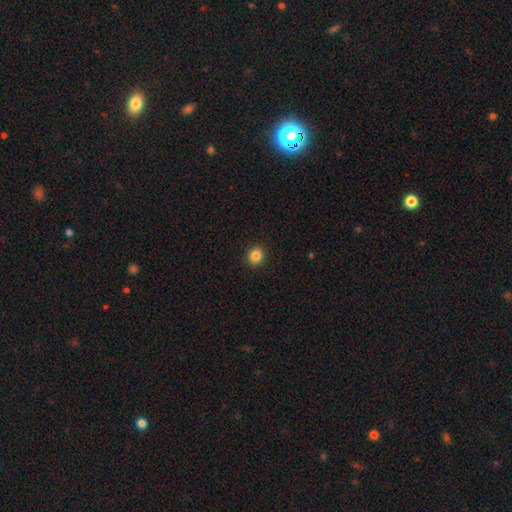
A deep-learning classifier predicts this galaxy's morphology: A smooth galaxy with no disk features (85%) that is round (81%). Merging: none (92%).